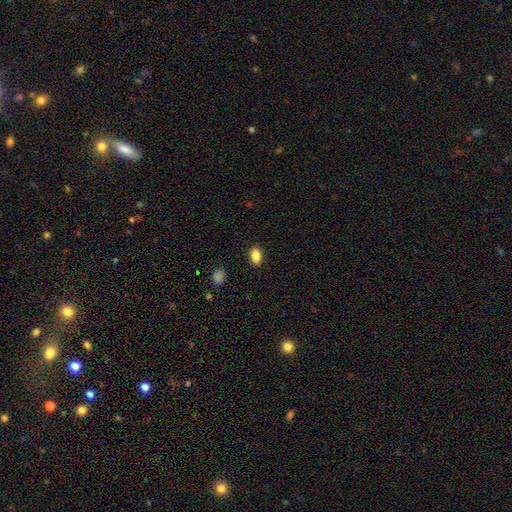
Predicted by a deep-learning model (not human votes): This is clearly a smooth galaxy (87%). How rounded: clearly in between (88%). Merging: clearly none (88%).